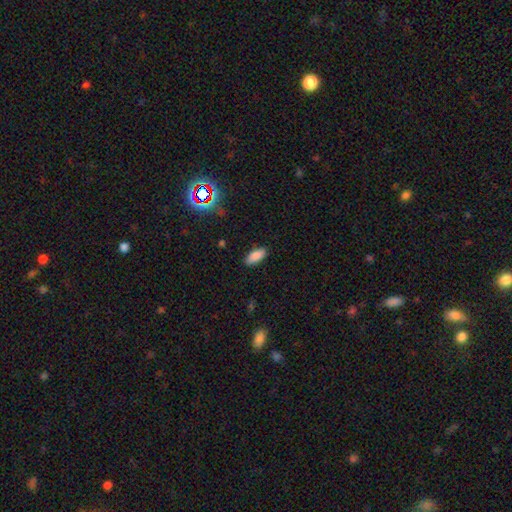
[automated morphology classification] This appears to be a smooth galaxy with no disk features (84%) that is in between round and cigar-shaped (85%). Merging: none (85%).